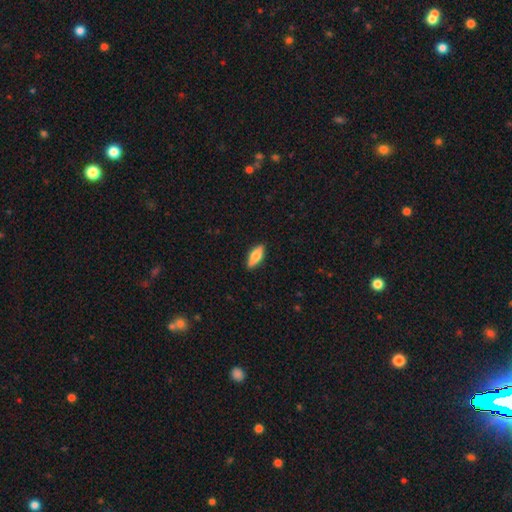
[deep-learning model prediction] Smooth or featured? smooth (63%)
How rounded? in between (65%)
Merging? none (87%)